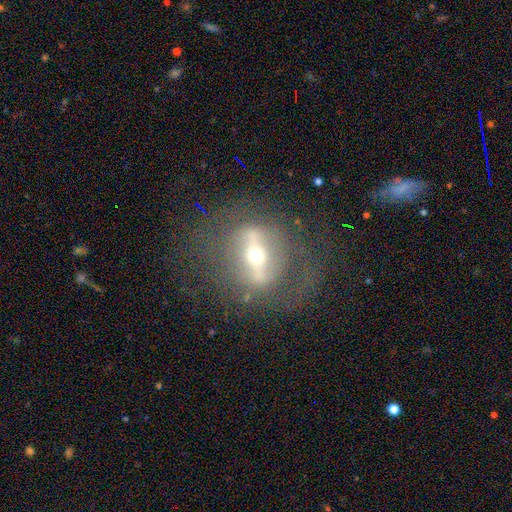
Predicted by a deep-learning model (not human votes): The model was most divided on "bulge size": moderate: 51%, small: 42%, large: 4%, dominant: 1%, none: 1%. More confident: smooth or featured — featured or disk (76%); edge-on disk — no (75%); bar — strong (70%); spiral arms — no (66%); merging — none (63%).